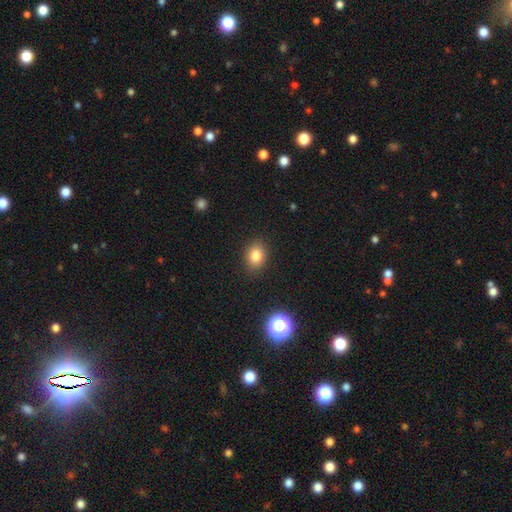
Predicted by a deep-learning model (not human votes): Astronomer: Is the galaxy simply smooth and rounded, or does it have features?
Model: smooth — 81%.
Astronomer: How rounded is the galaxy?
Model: in between — 51% (runner-up: round, 48%).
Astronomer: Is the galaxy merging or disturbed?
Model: none — 88%.